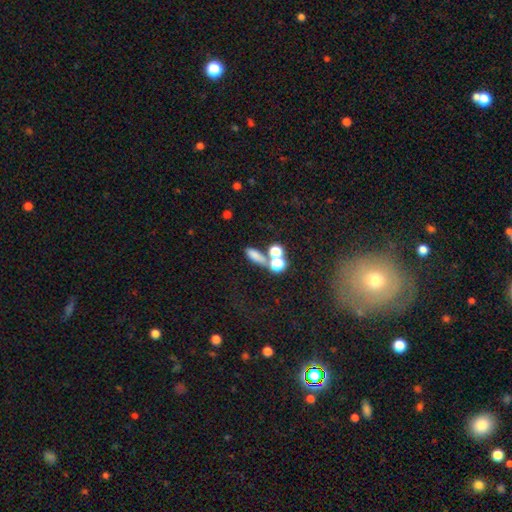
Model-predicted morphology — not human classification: This appears to be a smooth galaxy with no disk features (70%) that is in between round and cigar-shaped (57%). Merging: none (51%).